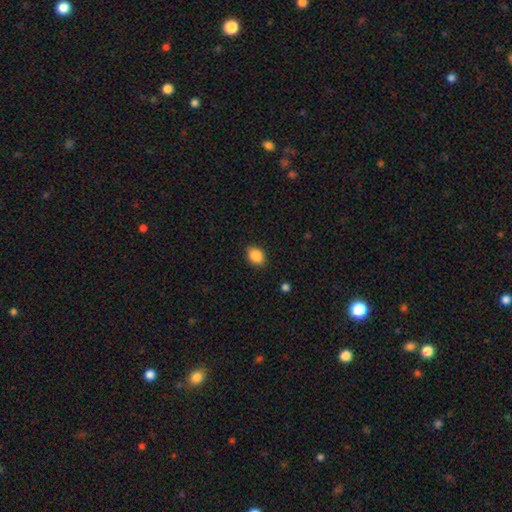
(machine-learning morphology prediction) smooth_or_featured: smooth (p=0.88) [alt: star or artifact p=0.09]
how_rounded: in between (p=0.64) [alt: round p=0.35]
merging: none (p=0.86) [alt: minor disturbance p=0.10]